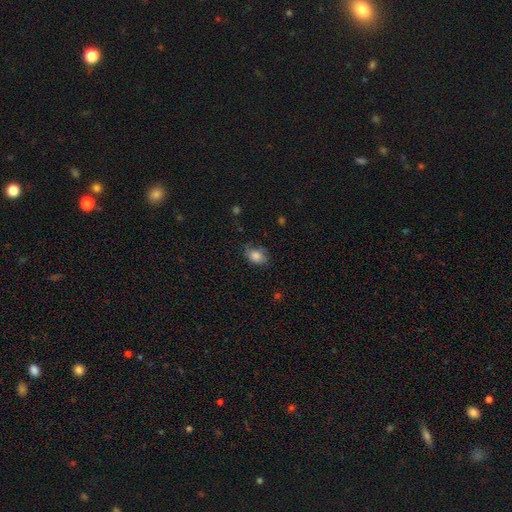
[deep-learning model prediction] smooth 82%, featured or disk 9%, star or artifact 9%. Down the decision tree: how rounded — in between (71%); merging — none (64%).